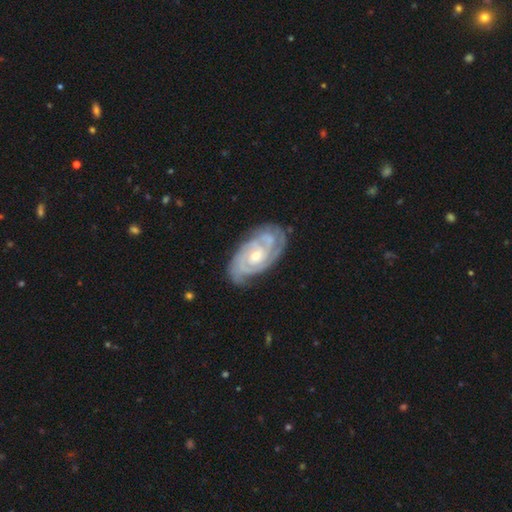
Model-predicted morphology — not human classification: featured or disk 88%, smooth 7%, star or artifact 5%. Down the decision tree: edge-on disk — no (96%); bar — no (69%); spiral arms — yes (97%); spiral arm count — 2 (40%); spiral winding — tight (76%); bulge size — small (49%); merging — none (76%).